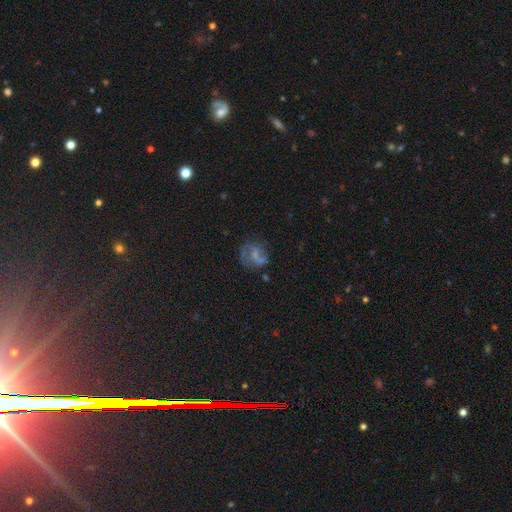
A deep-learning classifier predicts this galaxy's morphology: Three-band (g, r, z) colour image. It shows a featured or disk galaxy (55%) with no bar (52%), spiral arms (64%) and no central bulge (54%). Merging: none (50%).